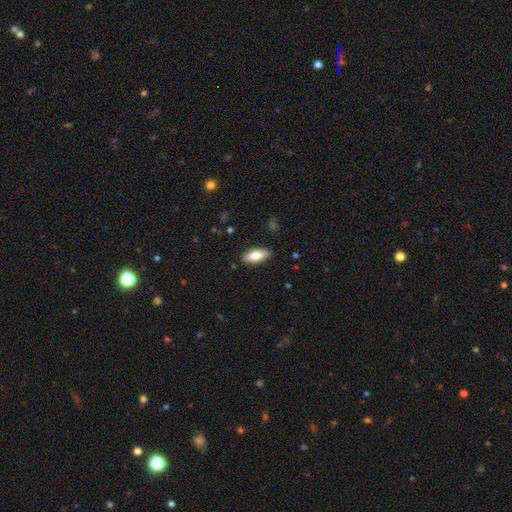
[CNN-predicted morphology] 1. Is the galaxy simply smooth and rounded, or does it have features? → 75% smooth, 19% featured or disk, 6% star or artifact.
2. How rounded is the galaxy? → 82% in between, 15% cigar-shaped, 3% round.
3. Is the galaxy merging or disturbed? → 89% none, 9% minor disturbance, 2% major disturbance, 1% merger.